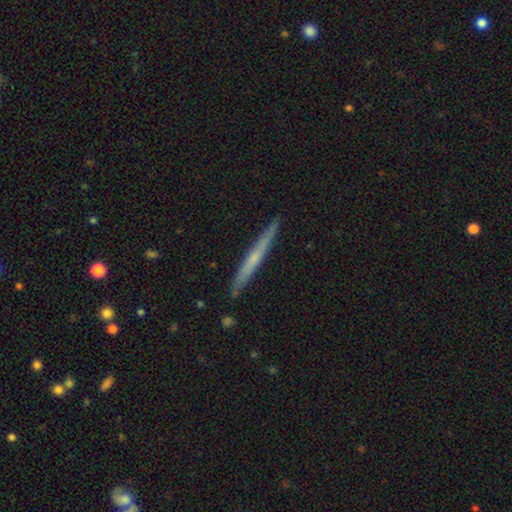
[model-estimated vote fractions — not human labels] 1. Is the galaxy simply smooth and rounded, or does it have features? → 52% featured or disk, 43% smooth, 5% star or artifact.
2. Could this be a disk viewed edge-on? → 97% yes, 3% no.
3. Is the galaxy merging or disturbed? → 89% none, 8% minor disturbance, 1% merger, 1% major disturbance.